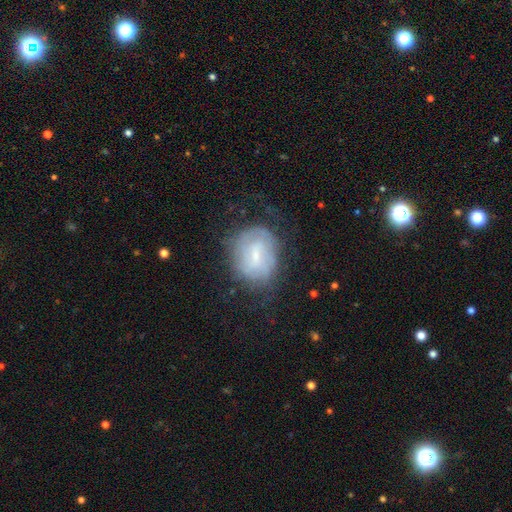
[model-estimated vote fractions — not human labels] Smooth or featured? featured or disk (57%)
Edge-on disk? no (96%)
Bar? weak (57%)
Spiral arms? yes (73%)
Bulge size? small (63%)
Merging? none (60%)